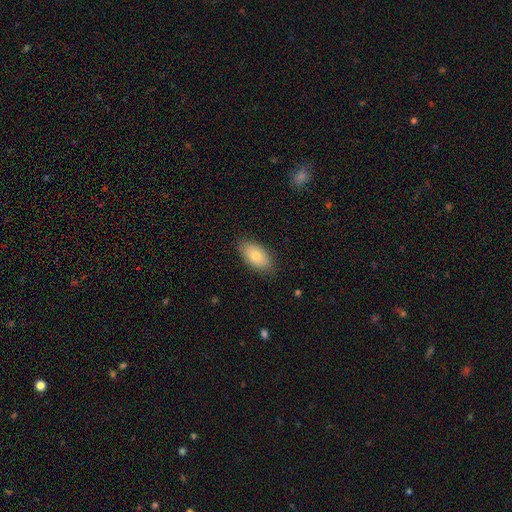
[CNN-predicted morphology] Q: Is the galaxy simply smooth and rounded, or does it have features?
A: smooth — 77%.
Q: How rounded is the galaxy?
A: in between — 93%.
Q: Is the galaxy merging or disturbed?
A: none — 85%.